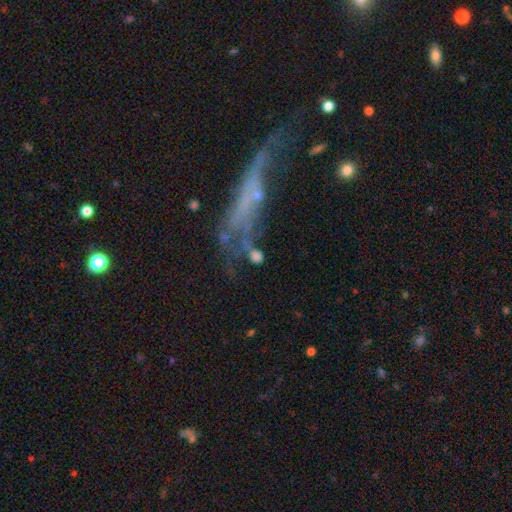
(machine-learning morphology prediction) Smooth or featured? Predicted: smooth (p=0.58). How rounded? Predicted: round (p=0.55). Merging? Predicted: none (p=0.41).